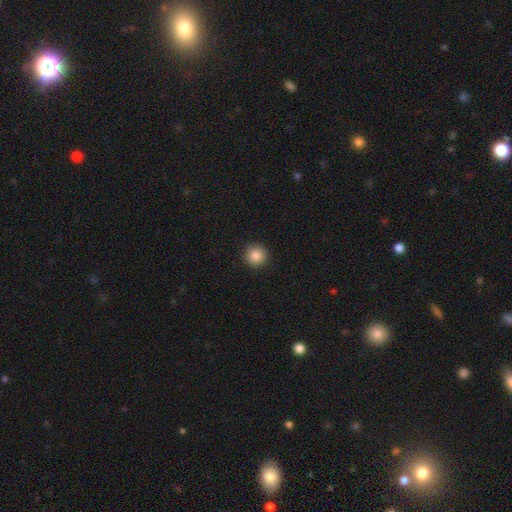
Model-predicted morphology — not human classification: smooth-or-featured: smooth: 85% | star or artifact: 10% | featured or disk: 5%
  how-rounded: round: 94% | in between: 5% | cigar-shaped: 1%
  merging: none: 92% | minor disturbance: 5% | major disturbance: 2% | merger: 1%